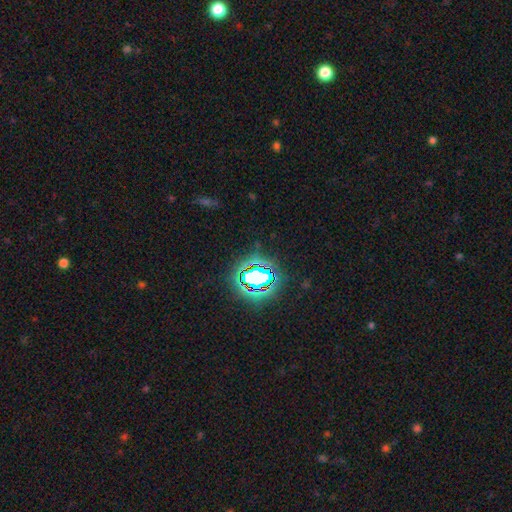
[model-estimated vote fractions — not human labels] Smooth or featured? star or artifact (80%)